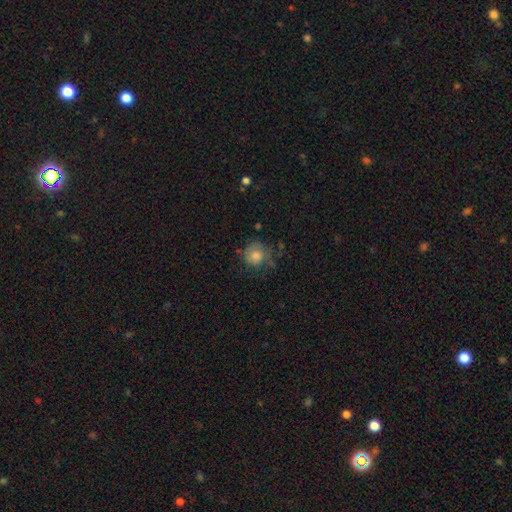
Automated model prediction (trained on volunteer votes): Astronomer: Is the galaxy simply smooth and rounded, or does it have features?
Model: smooth — 76%.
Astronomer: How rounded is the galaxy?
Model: round — 87%.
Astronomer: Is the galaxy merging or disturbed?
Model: none — 61%.